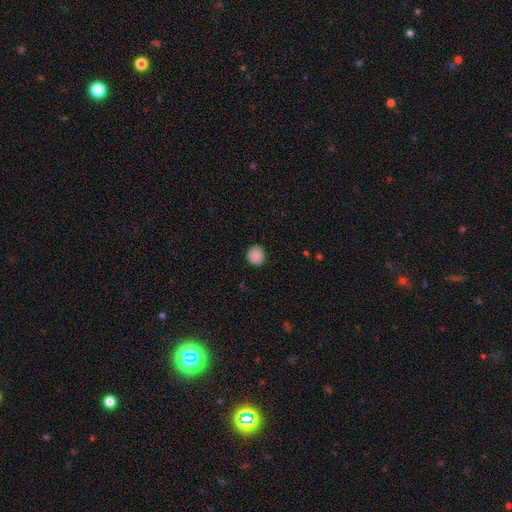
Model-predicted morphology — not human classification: smooth_or_featured: smooth (p=0.88) [alt: star or artifact p=0.09]
how_rounded: round (p=0.91) [alt: in between p=0.08]
merging: none (p=0.90) [alt: minor disturbance p=0.07]